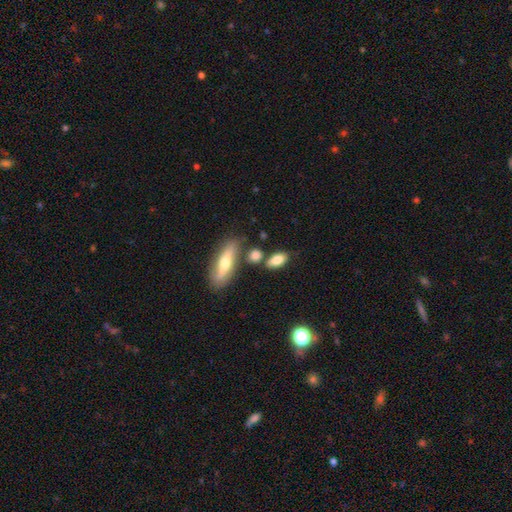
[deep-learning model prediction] smooth_or_featured: smooth (p=0.55) [alt: featured or disk p=0.35]
how_rounded: in between (p=0.50) [alt: cigar-shaped p=0.43]
merging: none (p=0.73) [alt: merger p=0.12]